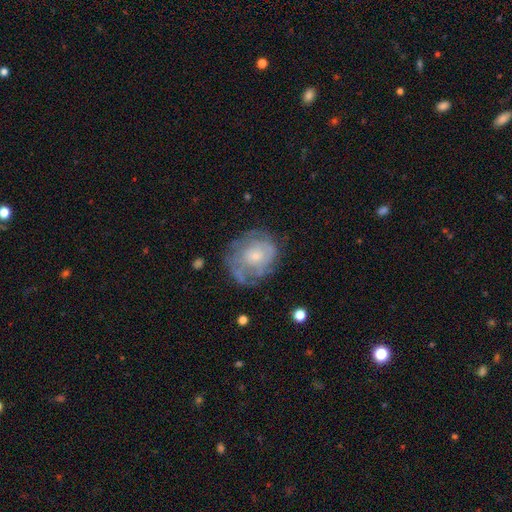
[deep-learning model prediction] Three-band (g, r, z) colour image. It shows a featured or disk galaxy (66%) with no bar (80%), spiral arms (71%) and a small central bulge (55%). Merging: none (62%).